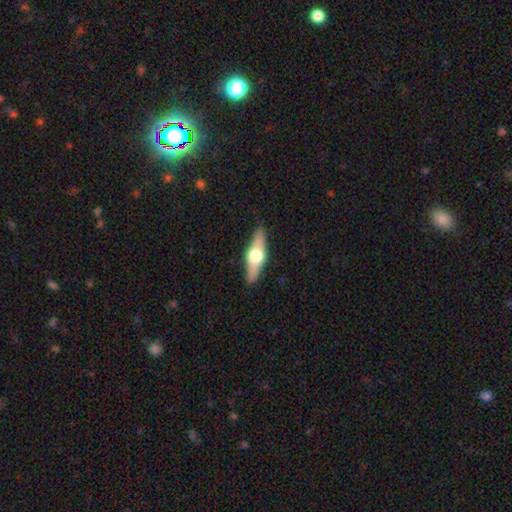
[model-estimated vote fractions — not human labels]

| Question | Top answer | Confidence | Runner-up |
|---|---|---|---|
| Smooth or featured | featured or disk | 61% | smooth (34%) |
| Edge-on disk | yes | 94% | no (6%) |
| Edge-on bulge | rounded | 95% | boxy (4%) |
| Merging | none | 87% | minor disturbance (10%) |